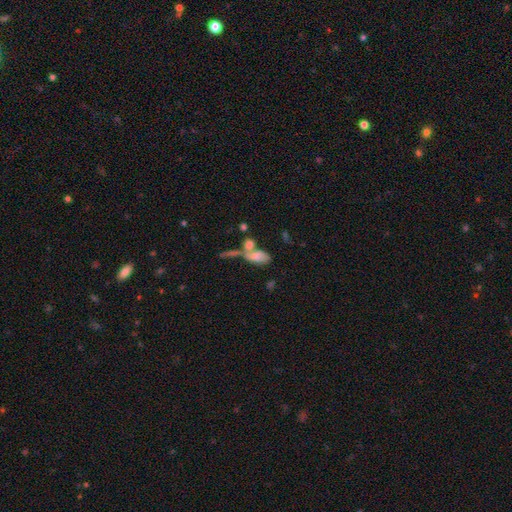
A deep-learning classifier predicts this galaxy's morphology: Smooth or featured?
  - smooth: 60% *
  - featured or disk: 28%
  - star or artifact: 12%
How rounded?
  - in between: 83% *
  - cigar-shaped: 10%
  - round: 7%
Merging?
  - merger: 53% *
  - none: 23%
  - major disturbance: 13%
  - minor disturbance: 12%